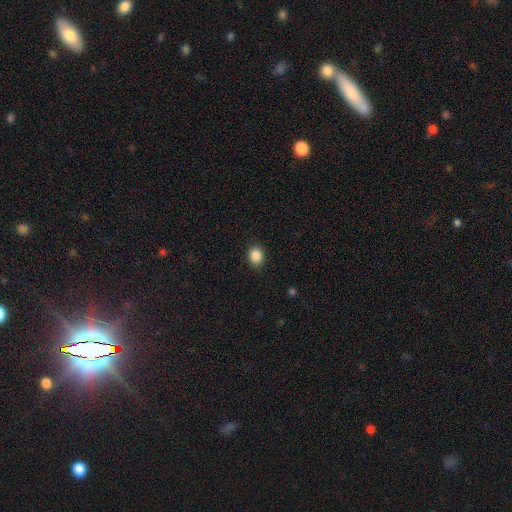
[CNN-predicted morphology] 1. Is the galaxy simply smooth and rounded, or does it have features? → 87% smooth, 10% star or artifact, 3% featured or disk.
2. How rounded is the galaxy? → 70% round, 29% in between, 1% cigar-shaped.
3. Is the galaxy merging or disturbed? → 90% none, 7% minor disturbance, 2% major disturbance, 1% merger.